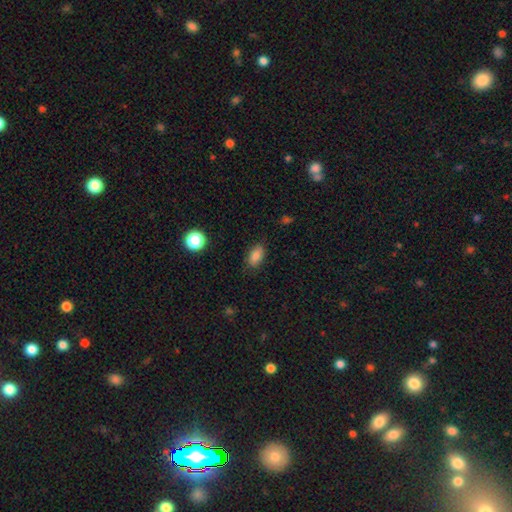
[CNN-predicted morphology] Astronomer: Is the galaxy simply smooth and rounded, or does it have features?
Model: smooth — 84%.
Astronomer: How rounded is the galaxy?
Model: in between — 88%.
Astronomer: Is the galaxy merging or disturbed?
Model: none — 83%.